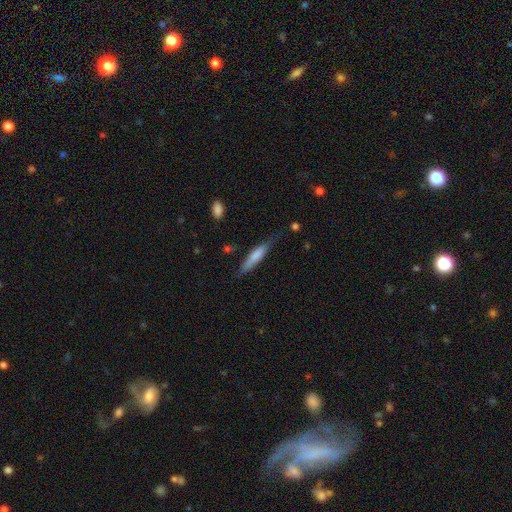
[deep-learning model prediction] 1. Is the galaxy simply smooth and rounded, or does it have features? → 67% smooth, 28% featured or disk, 6% star or artifact.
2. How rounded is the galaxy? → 85% cigar-shaped, 14% in between, 1% round.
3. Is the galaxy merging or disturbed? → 67% none, 25% minor disturbance, 6% major disturbance, 2% merger.